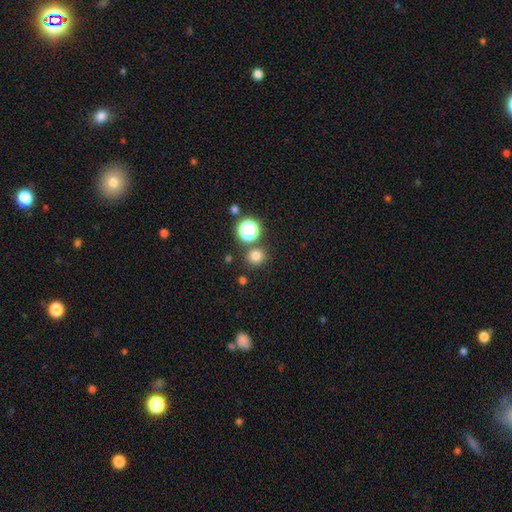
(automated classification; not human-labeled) Q: Smooth or featured?
A: smooth (76%); runner-up: star or artifact (19%)
Q: How rounded?
A: round (91%); runner-up: in between (8%)
Q: Merging?
A: none (82%); runner-up: merger (8%)